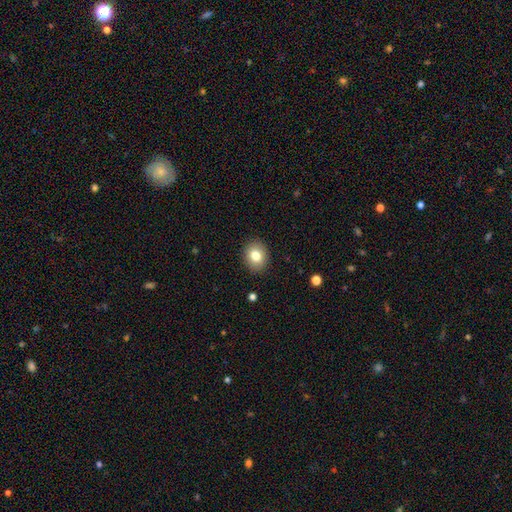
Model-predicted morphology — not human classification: The model was most divided on "how rounded": round: 52%, in between: 47%, cigar-shaped: 1%. More confident: merging — none (90%); smooth or featured — smooth (81%).